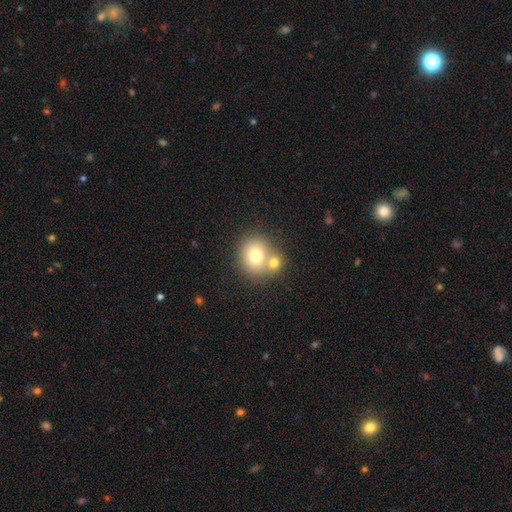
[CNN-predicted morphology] Overall: smooth (72%). How rounded: round (79%). Merging: none (49%; merger 40%).